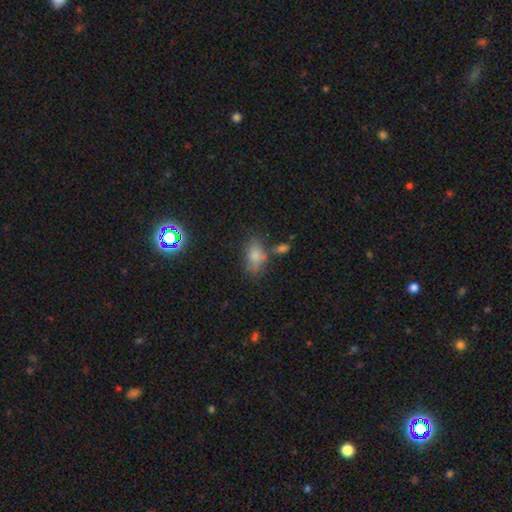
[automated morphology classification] Smooth or featured?
  - smooth: 77% *
  - star or artifact: 11%
  - featured or disk: 11%
How rounded?
  - in between: 87% *
  - round: 10%
  - cigar-shaped: 3%
Merging?
  - none: 52% *
  - minor disturbance: 23%
  - merger: 15%
  - major disturbance: 10%